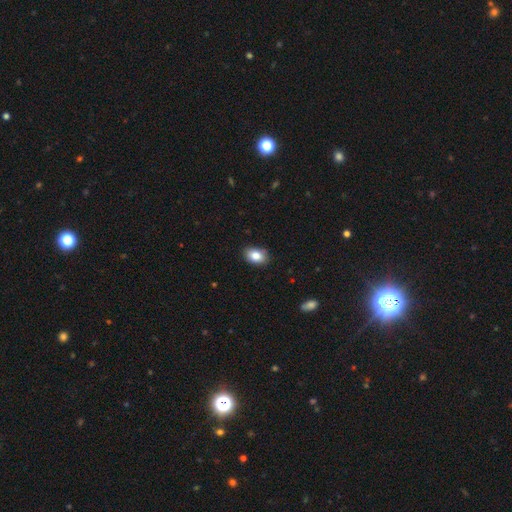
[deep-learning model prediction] Smooth or featured?
  - smooth: 85% *
  - star or artifact: 8%
  - featured or disk: 7%
How rounded?
  - in between: 83% *
  - round: 16%
  - cigar-shaped: 1%
Merging?
  - none: 87% *
  - minor disturbance: 10%
  - major disturbance: 2%
  - merger: 1%